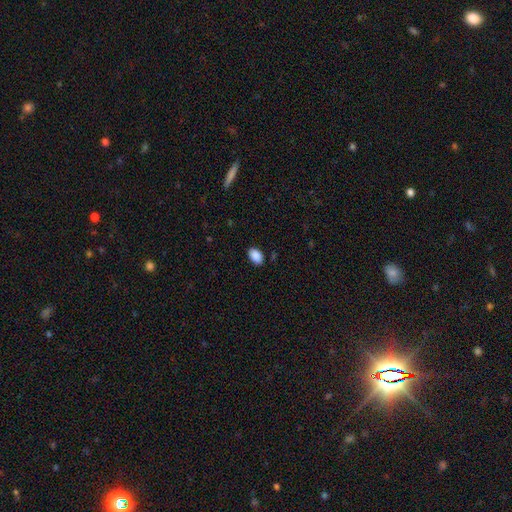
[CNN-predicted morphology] Smooth or featured: smooth — 90% (star or artifact — 8%)
How rounded: in between — 88% (round — 11%)
Merging: none — 86% (minor disturbance — 10%)